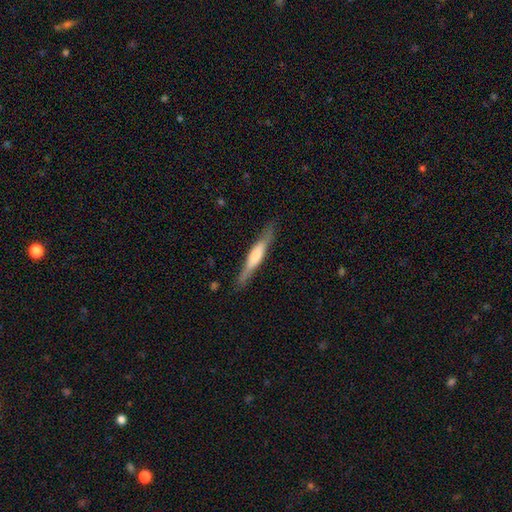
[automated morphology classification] Smooth or featured: featured or disk — 48% (smooth — 46%)
Merging: none — 82% (minor disturbance — 13%)